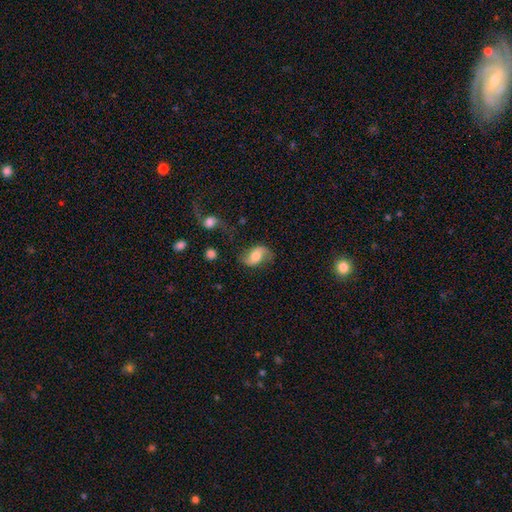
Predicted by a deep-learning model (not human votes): Overall: featured or disk (60%; smooth 32%). Edge-on disk: no (95%). Bar: no (50%; weak 35%). Spiral arms: yes (89%). Spiral arm count: 2 (90%). Spiral winding: loose (73%). Bulge size: moderate (60%). Merging: none (67%).